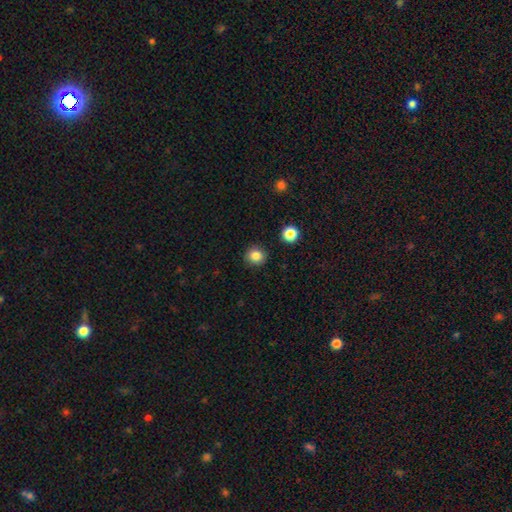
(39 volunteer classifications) smooth_or_featured: smooth (p=0.87) [alt: star or artifact p=0.08]
how_rounded: round (p=0.79) [alt: in between p=0.21]
merging: none (p=0.89) [alt: minor disturbance p=0.06]